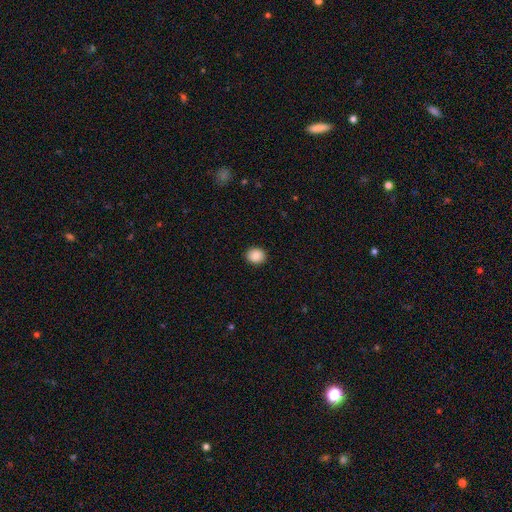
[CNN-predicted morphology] Smooth or featured? smooth (88%)
How rounded? round (66%)
Merging? none (91%)